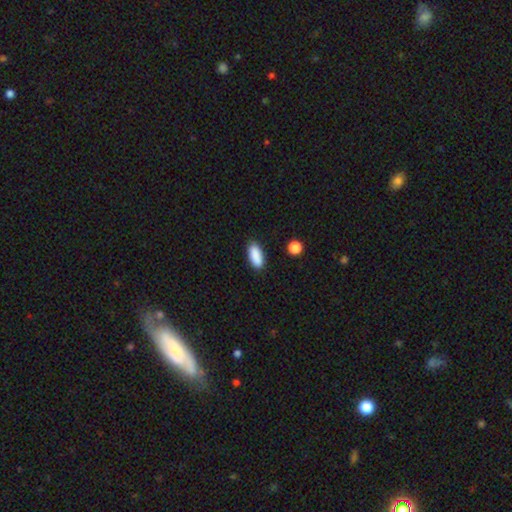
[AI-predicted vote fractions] Smooth or featured? smooth (89%)
How rounded? in between (82%)
Merging? none (87%)